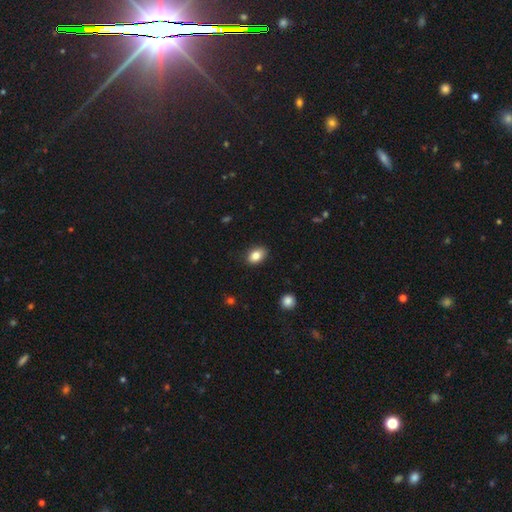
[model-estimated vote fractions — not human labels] Smooth or featured? Predicted: smooth (p=0.84). How rounded? Predicted: in between (p=0.83). Merging? Predicted: none (p=0.86).